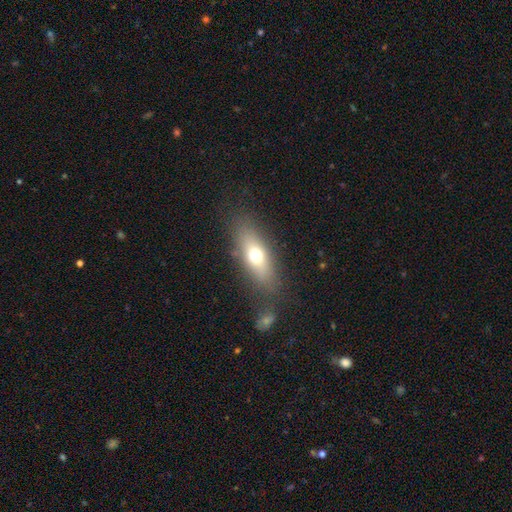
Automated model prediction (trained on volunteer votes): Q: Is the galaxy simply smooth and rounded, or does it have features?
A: smooth — 64%.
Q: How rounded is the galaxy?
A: in between — 64%.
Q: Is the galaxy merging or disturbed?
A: none — 77%.